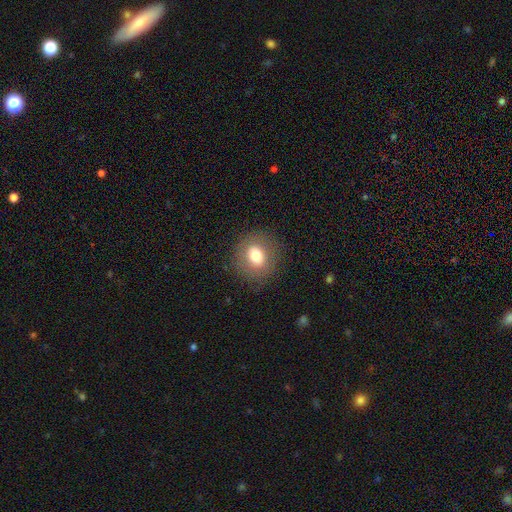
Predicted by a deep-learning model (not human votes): smooth 74%, featured or disk 15%, star or artifact 11%. Down the decision tree: how rounded — round (73%); merging — none (86%).